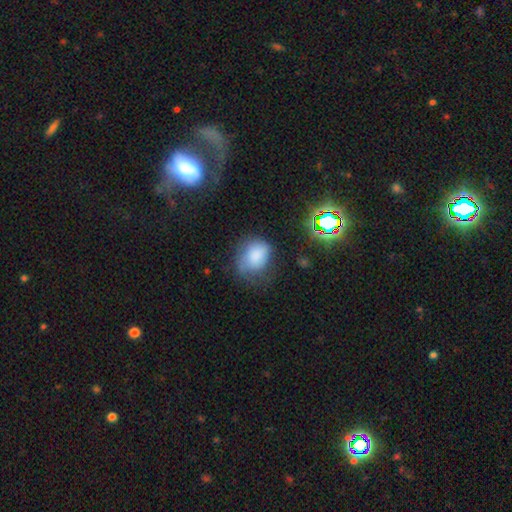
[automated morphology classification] smooth_or_featured: smooth (p=0.76) [alt: featured or disk p=0.13]
how_rounded: in between (p=0.53) [alt: round p=0.46]
merging: none (p=0.40) [alt: minor disturbance p=0.34]